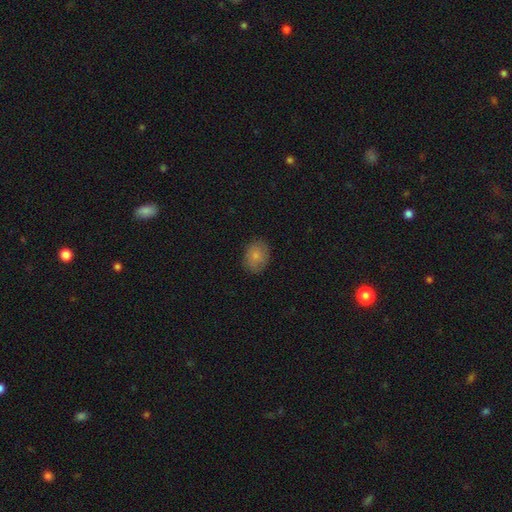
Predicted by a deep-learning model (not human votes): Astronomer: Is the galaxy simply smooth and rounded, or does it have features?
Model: smooth — 81%.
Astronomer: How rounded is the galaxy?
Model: in between — 63%.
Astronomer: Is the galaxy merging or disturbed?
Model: none — 82%.